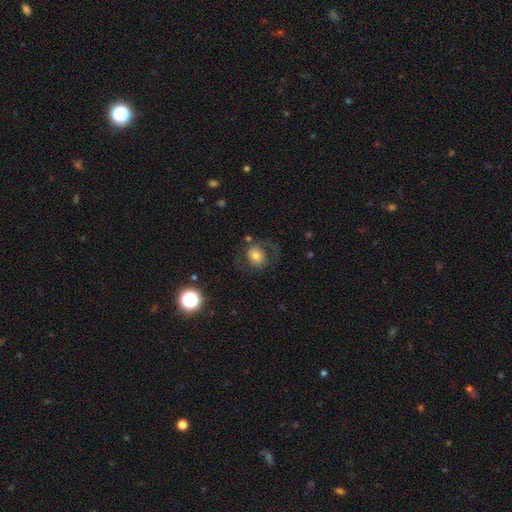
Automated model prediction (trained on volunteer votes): The model was most divided on "smooth or featured": smooth: 53%, featured or disk: 36%, star or artifact: 10%. More confident: how rounded — round (62%); merging — none (57%).